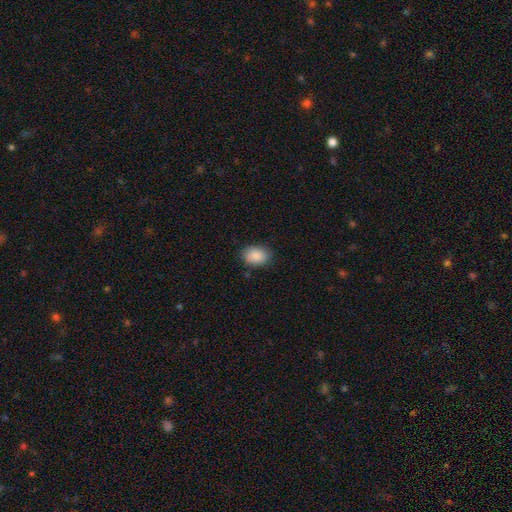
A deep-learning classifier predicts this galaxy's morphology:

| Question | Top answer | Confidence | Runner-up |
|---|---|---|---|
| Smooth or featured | smooth | 89% | star or artifact (7%) |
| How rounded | in between | 70% | round (29%) |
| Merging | none | 85% | minor disturbance (11%) |